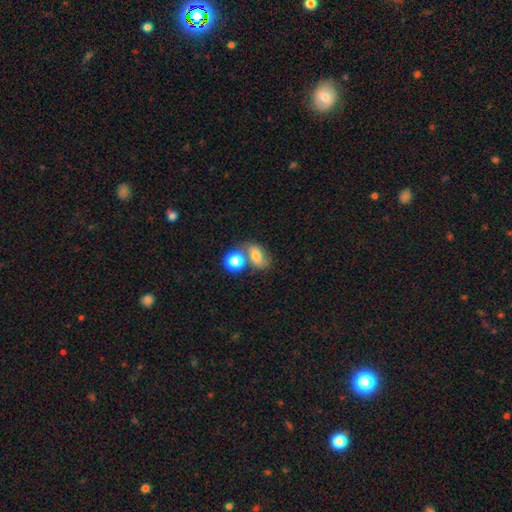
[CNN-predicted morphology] Smooth or featured? smooth (65%)
How rounded? in between (69%)
Merging? none (44%)